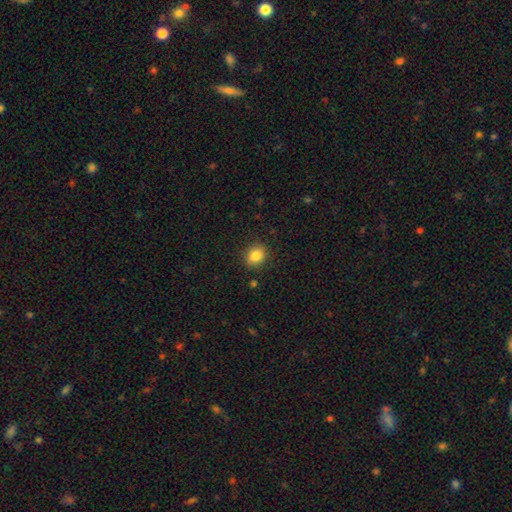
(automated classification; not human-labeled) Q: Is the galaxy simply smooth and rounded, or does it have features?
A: smooth — 84%.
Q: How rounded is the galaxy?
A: round — 55%.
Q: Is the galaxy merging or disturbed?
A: none — 88%.